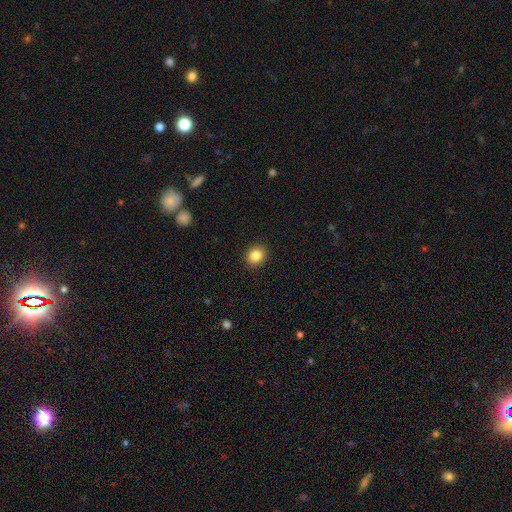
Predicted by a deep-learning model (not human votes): smooth_or_featured: smooth (p=0.85) [alt: star or artifact p=0.10]
how_rounded: round (p=0.74) [alt: in between p=0.25]
merging: none (p=0.91) [alt: minor disturbance p=0.06]